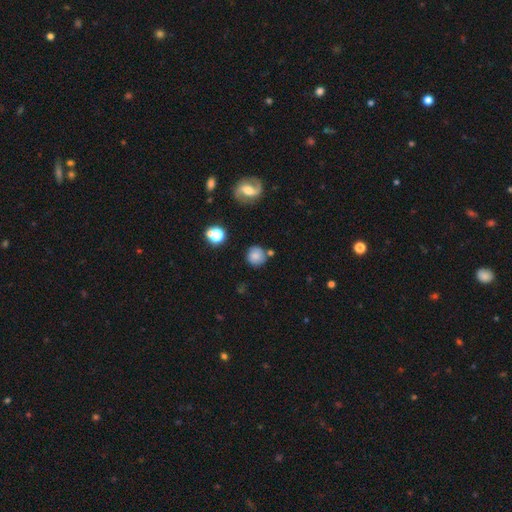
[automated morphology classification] A smooth galaxy with no disk features (69%) that is round (90%). Merging: none (74%).